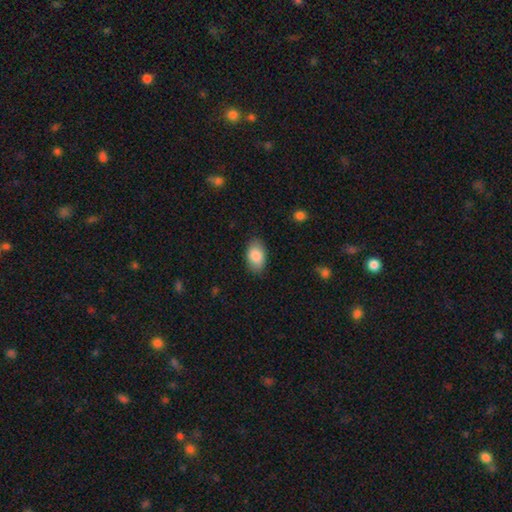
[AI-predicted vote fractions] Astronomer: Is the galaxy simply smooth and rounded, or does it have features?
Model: smooth — 87%.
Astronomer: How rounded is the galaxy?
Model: in between — 92%.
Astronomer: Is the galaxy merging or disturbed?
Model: none — 84%.